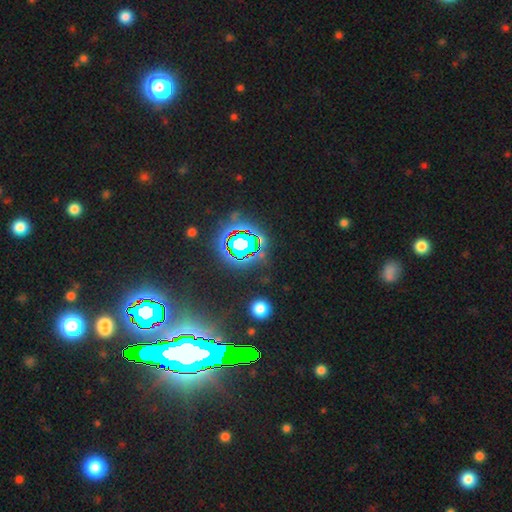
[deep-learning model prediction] Smooth or featured: star or artifact — 80% (featured or disk — 10%)